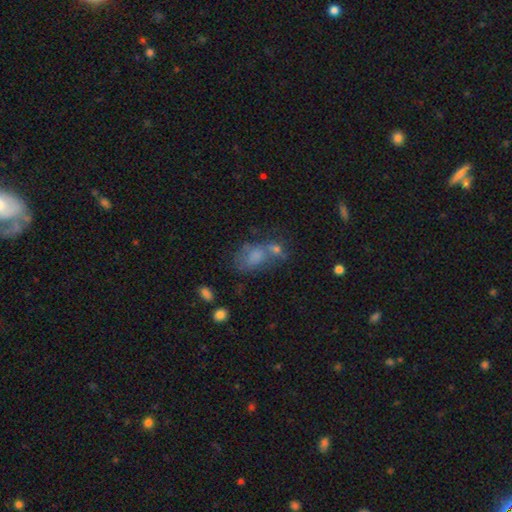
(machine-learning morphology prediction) Smooth or featured? Predicted: smooth (p=0.61). How rounded? Predicted: in between (p=0.81). Merging? Predicted: merger (p=0.34).